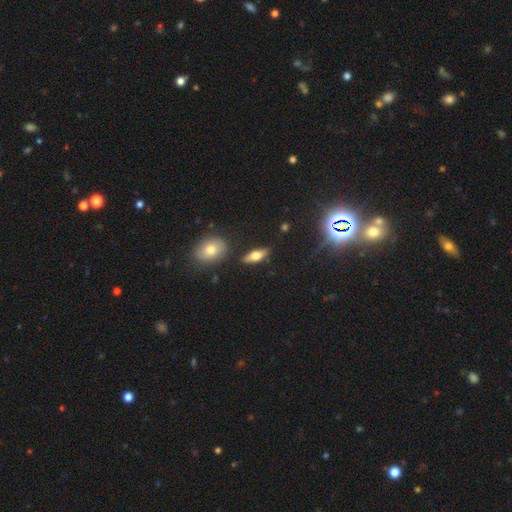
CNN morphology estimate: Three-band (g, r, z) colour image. It shows a smooth galaxy with no disk features (57%) that is in between round and cigar-shaped (69%). Merging: none (84%).